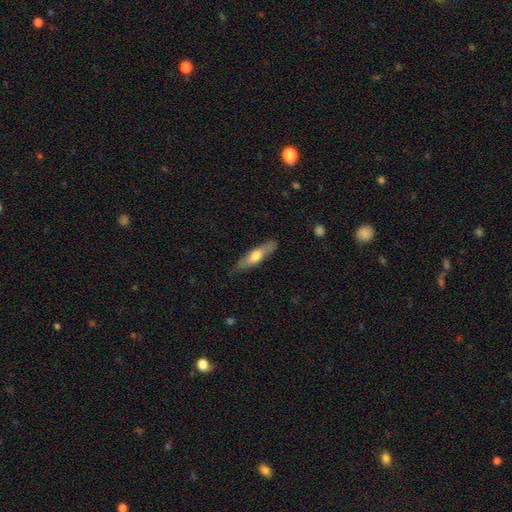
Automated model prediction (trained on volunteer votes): A smooth galaxy with no disk features (57%) that is cigar-shaped (71%). Merging: none (79%).